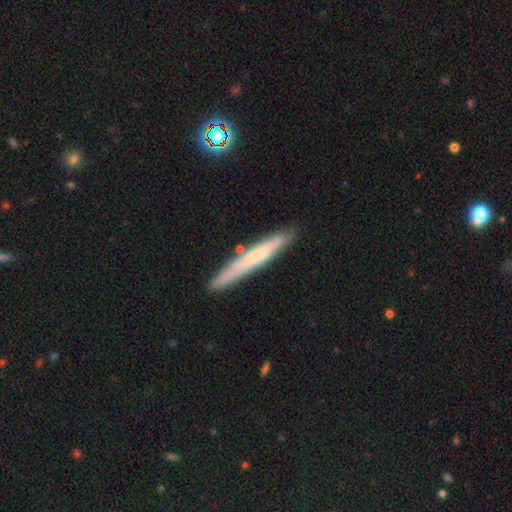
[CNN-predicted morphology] Q: Smooth or featured?
A: smooth (58%); runner-up: featured or disk (36%)
Q: How rounded?
A: cigar-shaped (96%); runner-up: in between (3%)
Q: Merging?
A: none (84%); runner-up: minor disturbance (11%)